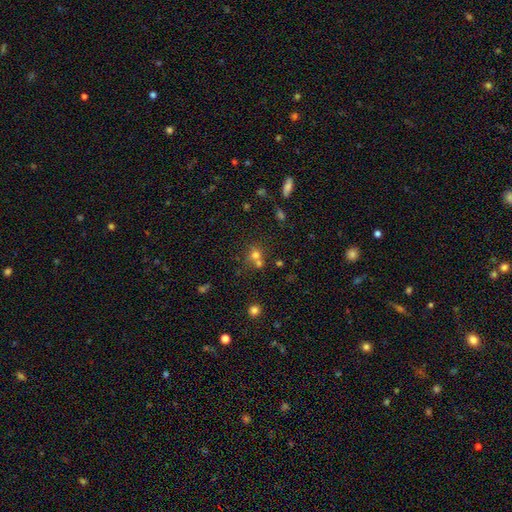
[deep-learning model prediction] Smooth or featured: smooth — 64% (star or artifact — 22%)
How rounded: round — 81% (in between — 18%)
Merging: none — 45% (merger — 43%)